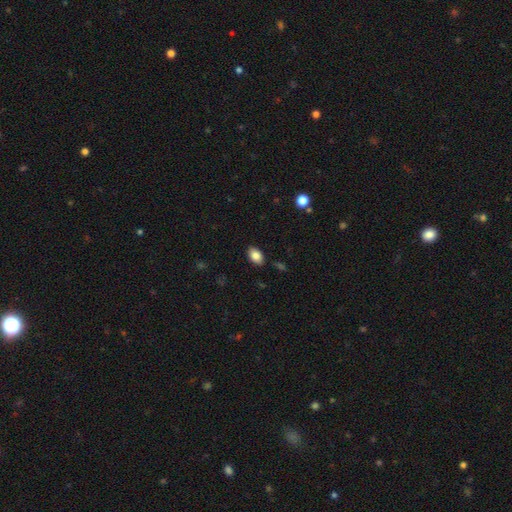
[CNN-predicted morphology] Smooth or featured?
  - smooth: 84% *
  - featured or disk: 8%
  - star or artifact: 8%
How rounded?
  - in between: 90% *
  - round: 9%
  - cigar-shaped: 1%
Merging?
  - none: 86% *
  - minor disturbance: 10%
  - major disturbance: 2%
  - merger: 1%